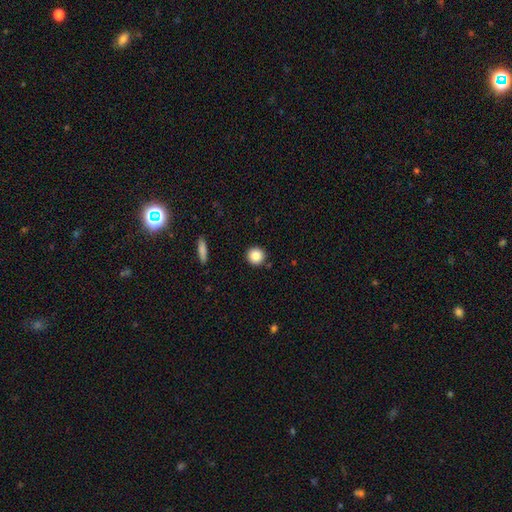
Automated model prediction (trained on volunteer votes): smooth_or_featured: smooth (p=0.86) [alt: star or artifact p=0.09]
how_rounded: round (p=0.94) [alt: in between p=0.05]
merging: none (p=0.91) [alt: minor disturbance p=0.06]